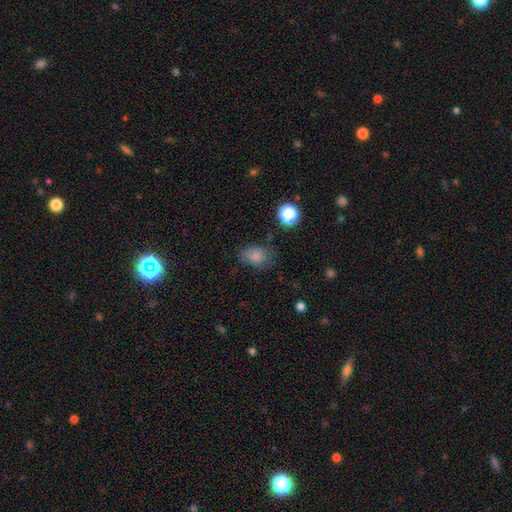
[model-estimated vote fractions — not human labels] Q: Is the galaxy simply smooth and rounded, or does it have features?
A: smooth — 79%.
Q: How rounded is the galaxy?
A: in between — 66%.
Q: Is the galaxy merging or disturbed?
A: none — 62%.